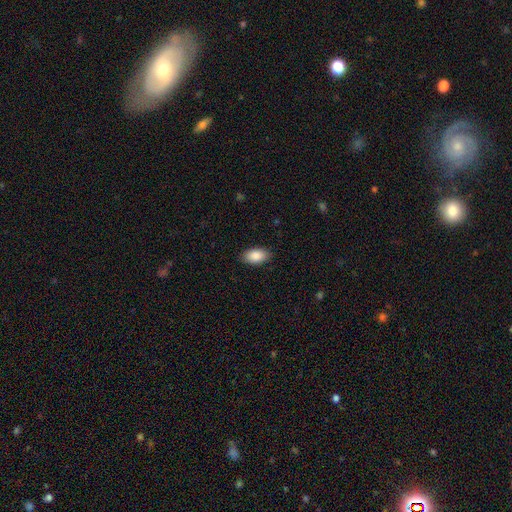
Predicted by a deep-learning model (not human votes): This is clearly a smooth galaxy (89%). How rounded: clearly in between (94%). Merging: clearly none (88%).